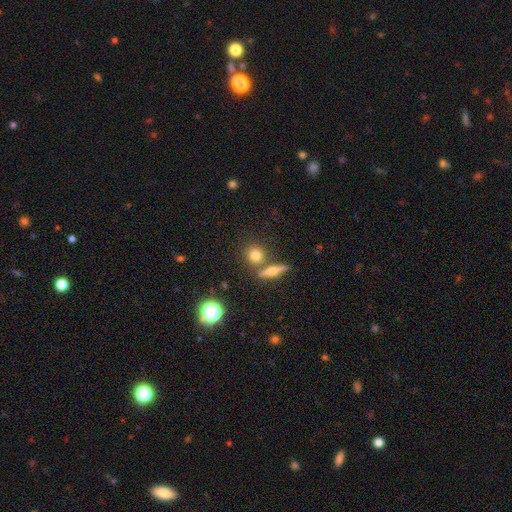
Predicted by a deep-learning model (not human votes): smooth-or-featured: smooth: 70% | featured or disk: 18% | star or artifact: 13%
  how-rounded: round: 84% | in between: 12% | cigar-shaped: 5%
  merging: none: 74% | merger: 15% | minor disturbance: 8% | major disturbance: 3%